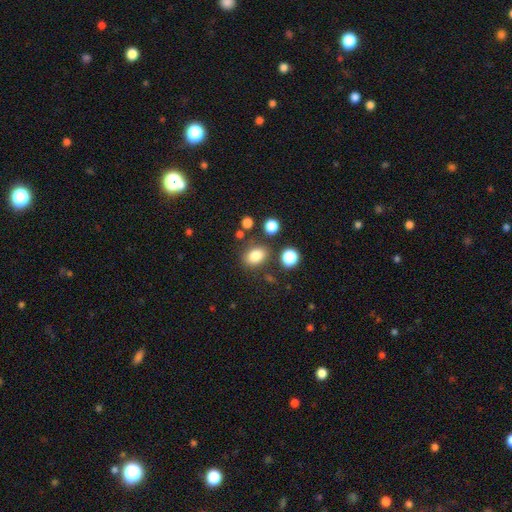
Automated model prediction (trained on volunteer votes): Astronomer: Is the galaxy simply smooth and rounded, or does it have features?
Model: smooth — 81%.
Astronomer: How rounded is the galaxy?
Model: in between — 64%.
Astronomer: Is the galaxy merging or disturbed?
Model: none — 77%.